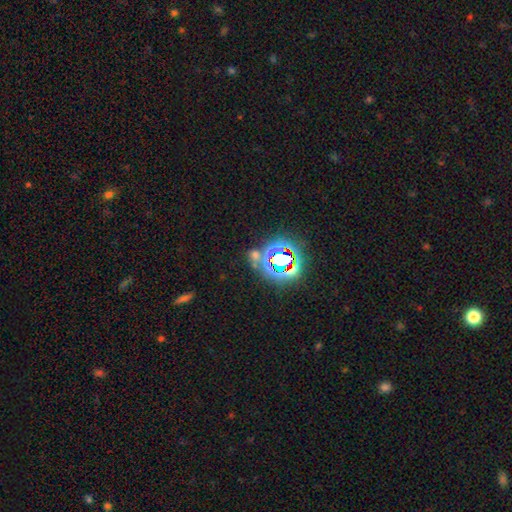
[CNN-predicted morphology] star or artifact 57%, smooth 33%, featured or disk 10%.